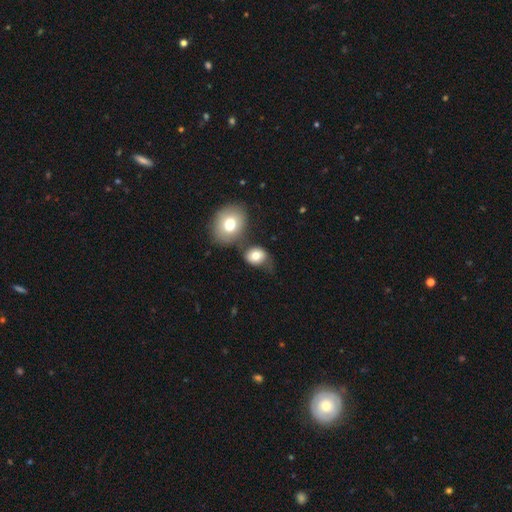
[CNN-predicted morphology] A smooth galaxy with no disk features (75%) that is round (54%). Merging: none (44%).